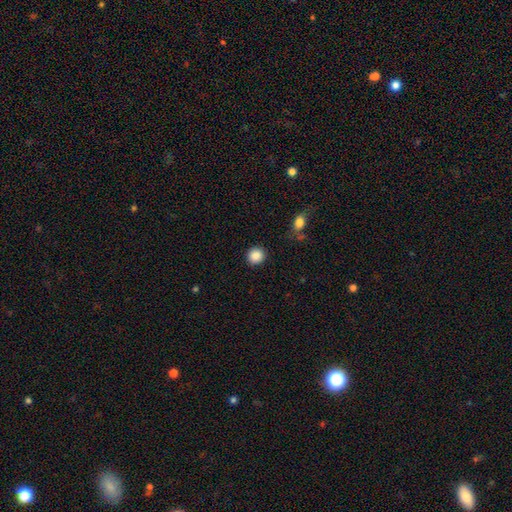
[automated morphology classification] Smooth or featured?
  - smooth: 88% *
  - star or artifact: 9%
  - featured or disk: 3%
How rounded?
  - round: 91% *
  - in between: 8%
  - cigar-shaped: 1%
Merging?
  - none: 90% *
  - minor disturbance: 6%
  - major disturbance: 2%
  - merger: 1%